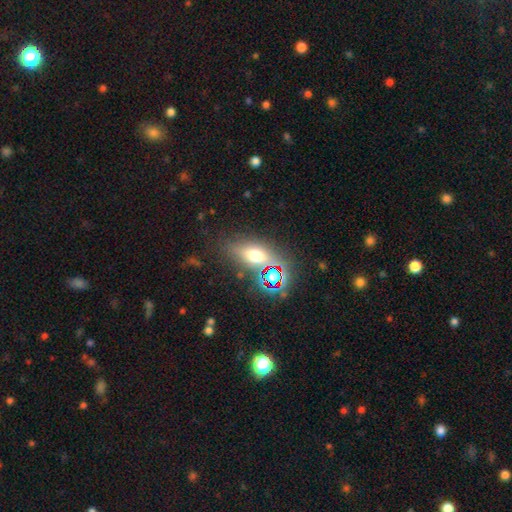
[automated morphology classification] A smooth galaxy with no disk features (53%) that is in between round and cigar-shaped (68%).

Vote fractions:
- Smooth or featured? smooth: 53% / star or artifact: 25% / featured or disk: 22%
- How rounded? in between: 68% / cigar-shaped: 16% / round: 16%
- Merging? none: 75% / minor disturbance: 13% / merger: 6% / major disturbance: 6%